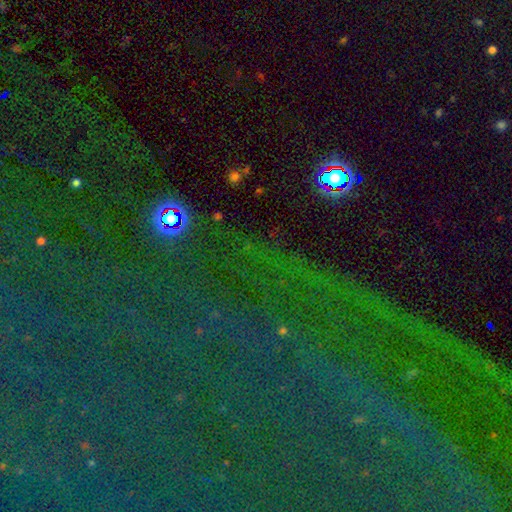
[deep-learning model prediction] smooth_or_featured: star or artifact (p=0.81) [alt: smooth p=0.11]